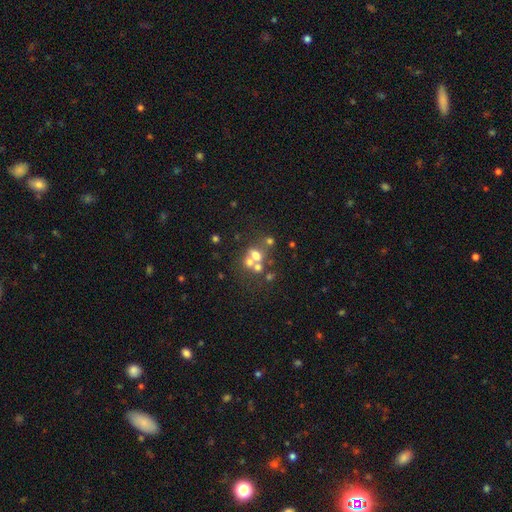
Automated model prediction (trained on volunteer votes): Smooth or featured?
  - smooth: 48% *
  - featured or disk: 31%
  - star or artifact: 20%
Merging?
  - merger: 48% *
  - none: 36%
  - minor disturbance: 9%
  - major disturbance: 7%